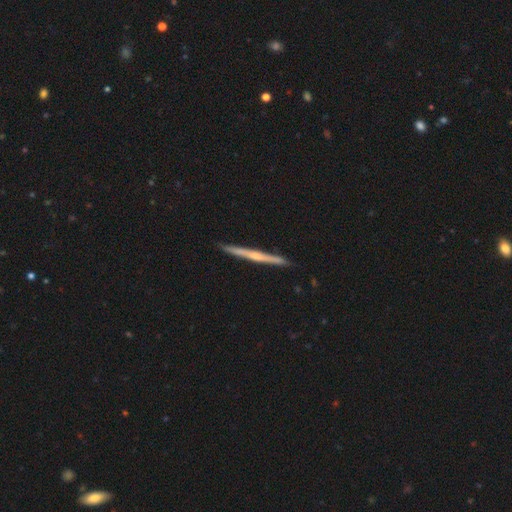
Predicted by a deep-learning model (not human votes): A featured or disk galaxy (68%) viewed edge-on (98%) with a rounded central bulge (52%). Merging: none (91%).